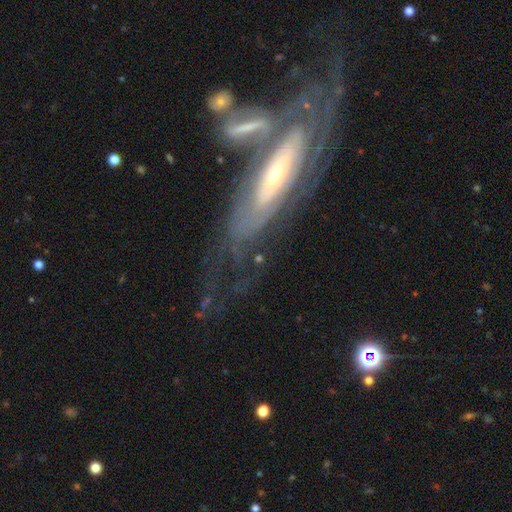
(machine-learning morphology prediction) The model was most divided on "merging": none: 50%, minor disturbance: 18%, merger: 17%, major disturbance: 15%. More confident: spiral arms — yes (80%); smooth or featured — featured or disk (77%); edge-on disk — no (76%); bulge size — small (65%); bar — no (62%).